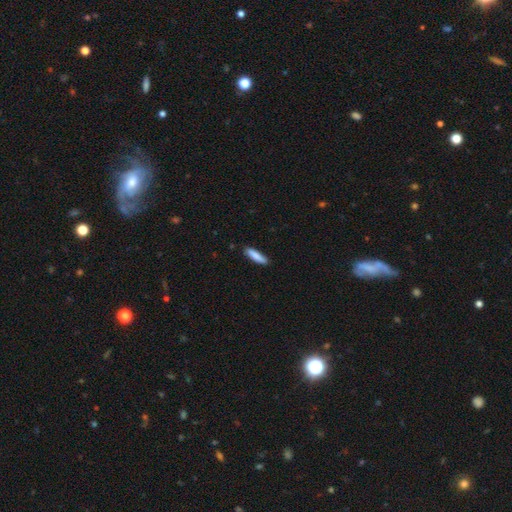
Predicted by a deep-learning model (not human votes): Morphology: type=smooth (86%); roundness=cigar-shaped (75%); merging=none (87%).